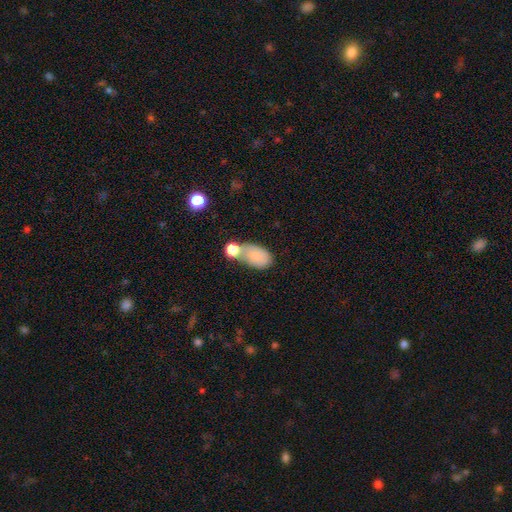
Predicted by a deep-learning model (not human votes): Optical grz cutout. It shows a smooth galaxy with no disk features (75%) that is in between round and cigar-shaped (87%). Merging: merger (41%).